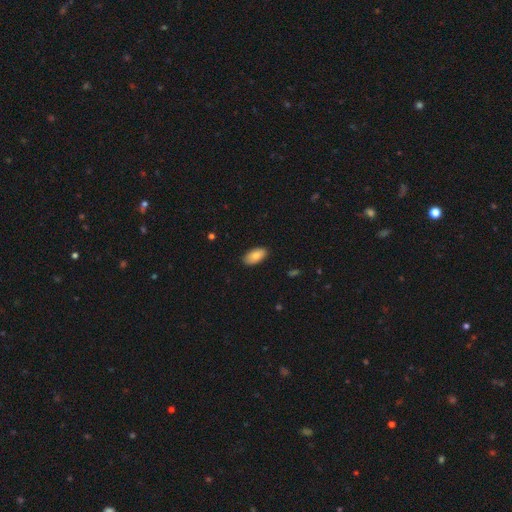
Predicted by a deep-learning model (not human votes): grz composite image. It shows a smooth galaxy with no disk features (83%) that is in between round and cigar-shaped (94%). Merging: none (87%).